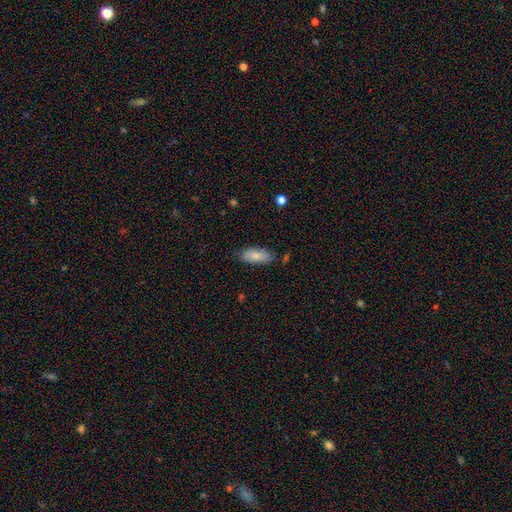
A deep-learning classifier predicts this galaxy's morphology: smooth-or-featured: smooth: 82% | featured or disk: 12% | star or artifact: 6%
  how-rounded: in between: 83% | cigar-shaped: 15% | round: 2%
  merging: none: 76% | minor disturbance: 18% | major disturbance: 3% | merger: 3%